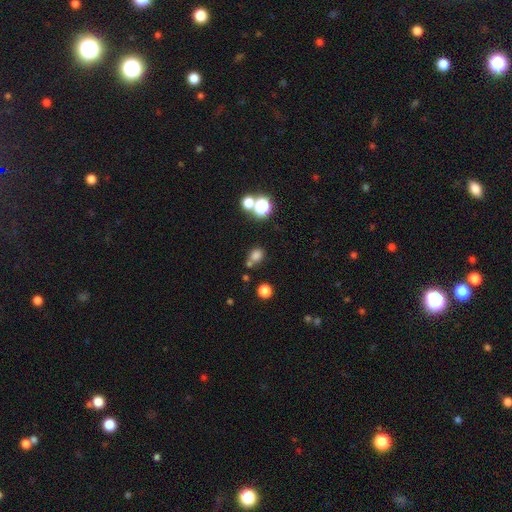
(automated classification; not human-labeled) Smooth or featured: smooth — 74% (star or artifact — 19%)
How rounded: round — 64% (in between — 35%)
Merging: none — 60% (merger — 21%)